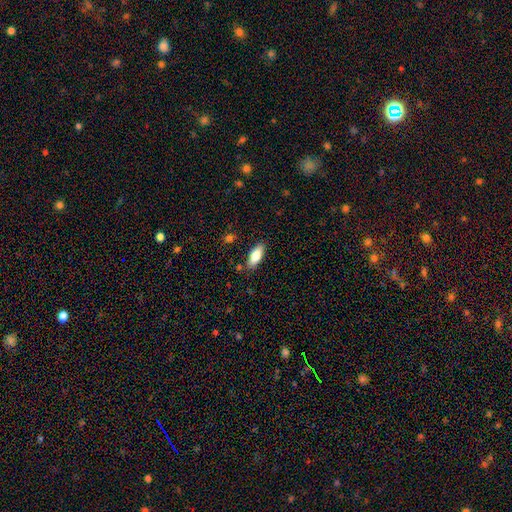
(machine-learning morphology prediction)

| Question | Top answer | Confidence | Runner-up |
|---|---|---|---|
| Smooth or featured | smooth | 79% | featured or disk (15%) |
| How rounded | in between | 78% | cigar-shaped (20%) |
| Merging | none | 86% | minor disturbance (10%) |